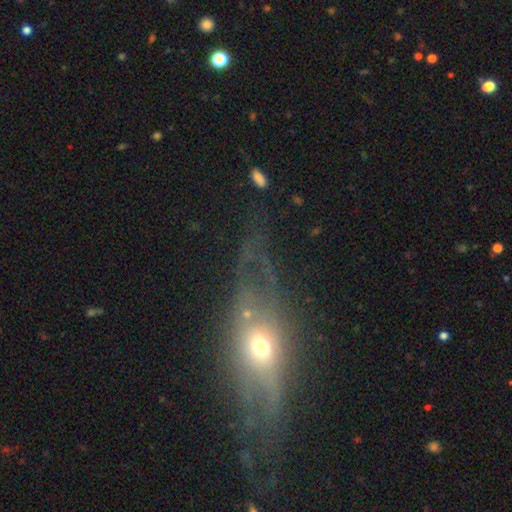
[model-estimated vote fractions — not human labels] Smooth or featured? Predicted: featured or disk (p=0.60). Edge-on disk? Predicted: no (p=0.54). Merging? Predicted: none (p=0.61).